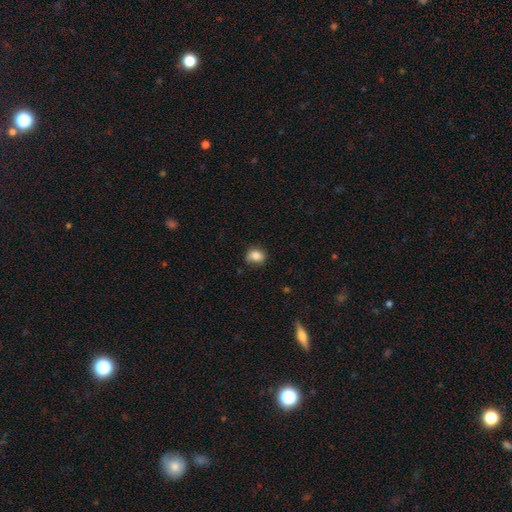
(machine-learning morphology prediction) type=smooth (83%); roundness=round (56%); merging=none (72%).